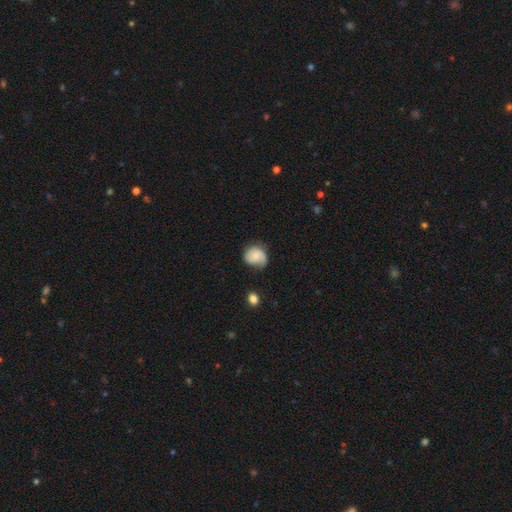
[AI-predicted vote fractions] Smooth or featured?
  - featured or disk: 53% *
  - smooth: 40%
  - star or artifact: 7%
Edge-on disk?
  - no: 98% *
  - yes: 2%
Bar?
  - no: 69% *
  - weak: 26%
  - strong: 4%
Spiral arms?
  - yes: 89% *
  - no: 11%
Bulge size?
  - small: 55% *
  - moderate: 30%
  - none: 11%
  - large: 2%
  - dominant: 1%
Merging?
  - none: 59% *
  - minor disturbance: 28%
  - major disturbance: 11%
  - merger: 2%